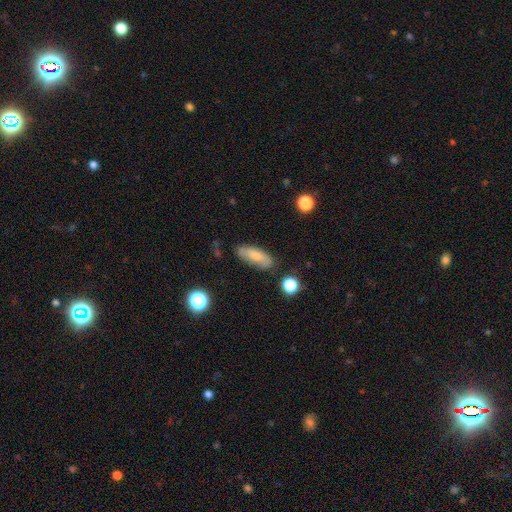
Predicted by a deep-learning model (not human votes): Smooth or featured: smooth — 69% (featured or disk — 23%)
How rounded: in between — 72% (cigar-shaped — 25%)
Merging: none — 76% (minor disturbance — 18%)